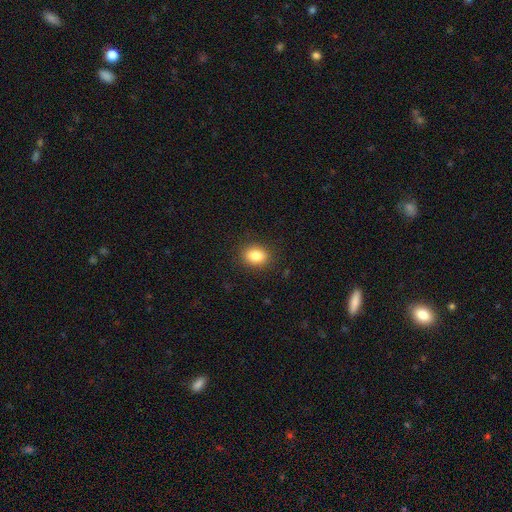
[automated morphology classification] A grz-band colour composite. It shows a smooth galaxy with no disk features (85%) that is in between round and cigar-shaped (60%). Merging: none (88%).